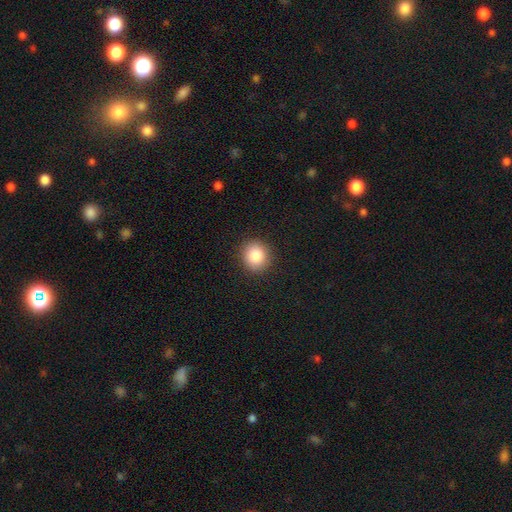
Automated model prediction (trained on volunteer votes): A smooth galaxy with no disk features (85%) that is round (83%).

Vote fractions:
- Smooth or featured? smooth: 85% / star or artifact: 9% / featured or disk: 6%
- How rounded? round: 83% / in between: 16% / cigar-shaped: 1%
- Merging? none: 91% / minor disturbance: 6% / major disturbance: 2% / merger: 1%